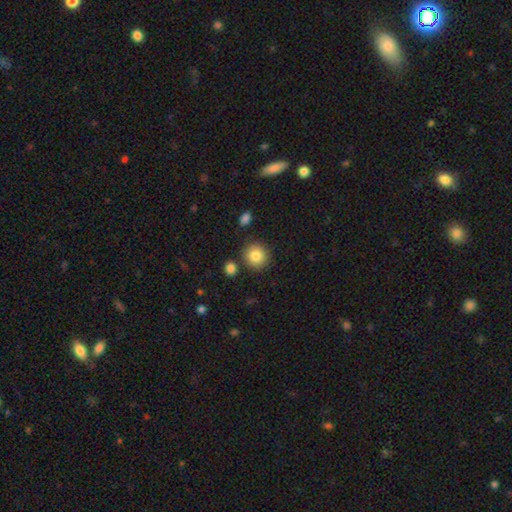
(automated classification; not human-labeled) Smooth or featured?
  - smooth: 85% *
  - star or artifact: 9%
  - featured or disk: 6%
How rounded?
  - round: 90% *
  - in between: 9%
  - cigar-shaped: 1%
Merging?
  - none: 85% *
  - minor disturbance: 8%
  - merger: 5%
  - major disturbance: 2%